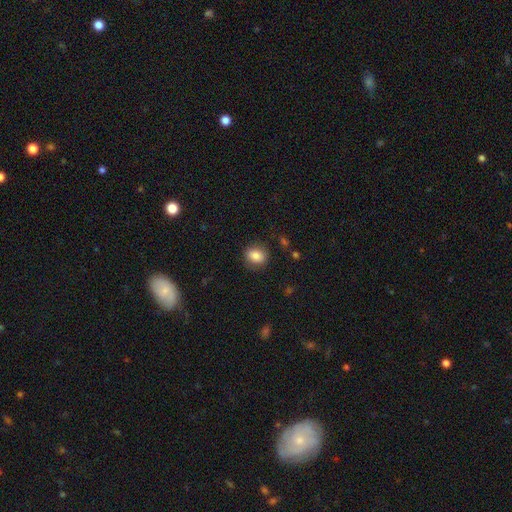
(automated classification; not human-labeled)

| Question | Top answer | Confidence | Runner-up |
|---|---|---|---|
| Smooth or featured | smooth | 83% | star or artifact (9%) |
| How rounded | round | 51% | in between (48%) |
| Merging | none | 83% | minor disturbance (12%) |